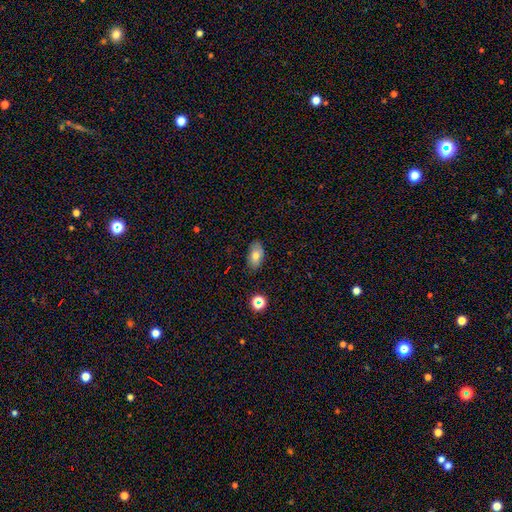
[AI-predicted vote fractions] Smooth or featured? Predicted: smooth (p=0.75). How rounded? Predicted: in between (p=0.91). Merging? Predicted: none (p=0.83).